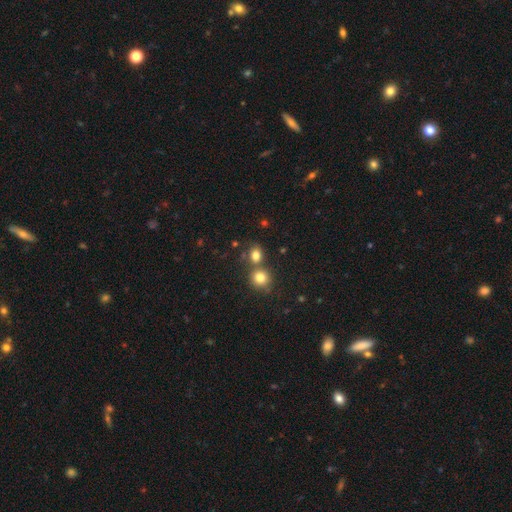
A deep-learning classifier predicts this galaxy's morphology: smooth 80%, star or artifact 13%, featured or disk 8%. Down the decision tree: how rounded — round (59%); merging — none (54%).